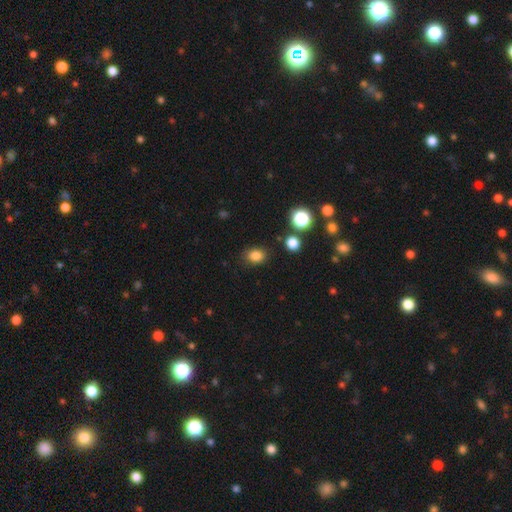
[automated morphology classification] smooth-or-featured: smooth: 83% | star or artifact: 12% | featured or disk: 4%
  how-rounded: in between: 57% | round: 42% | cigar-shaped: 1%
  merging: none: 84% | minor disturbance: 11% | major disturbance: 3% | merger: 3%